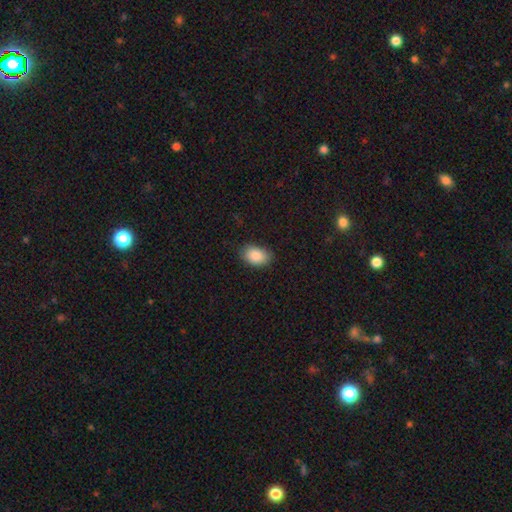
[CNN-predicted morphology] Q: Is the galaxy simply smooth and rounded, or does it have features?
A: smooth — 87%.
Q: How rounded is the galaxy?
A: in between — 85%.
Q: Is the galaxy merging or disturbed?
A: none — 81%.